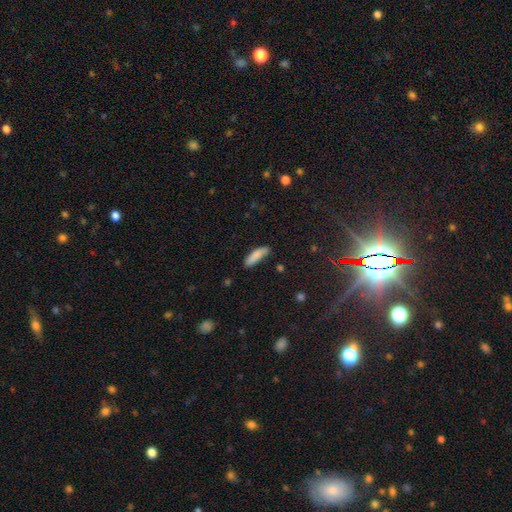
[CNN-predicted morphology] smooth 85%, featured or disk 9%, star or artifact 6%. Down the decision tree: how rounded — cigar-shaped (51%); merging — none (73%).